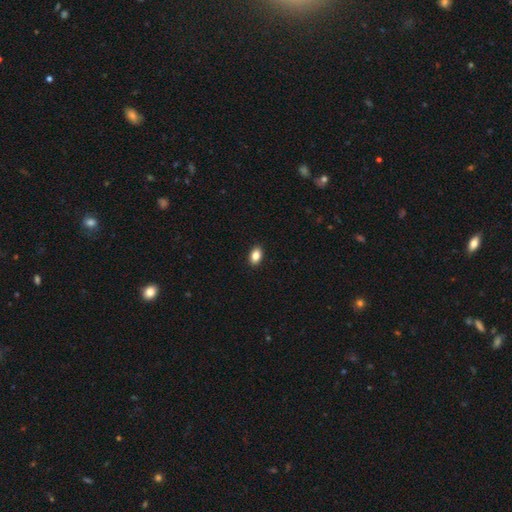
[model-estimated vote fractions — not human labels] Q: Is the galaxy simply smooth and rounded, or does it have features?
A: smooth — 85%.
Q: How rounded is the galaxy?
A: in between — 87%.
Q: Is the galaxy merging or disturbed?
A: none — 91%.